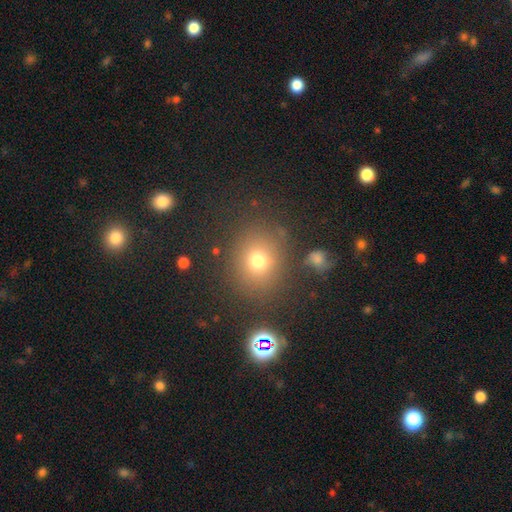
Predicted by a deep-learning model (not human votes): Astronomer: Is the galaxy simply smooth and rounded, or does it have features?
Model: smooth — 60%.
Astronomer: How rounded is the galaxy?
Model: round — 81%.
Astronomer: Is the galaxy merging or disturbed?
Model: none — 85%.